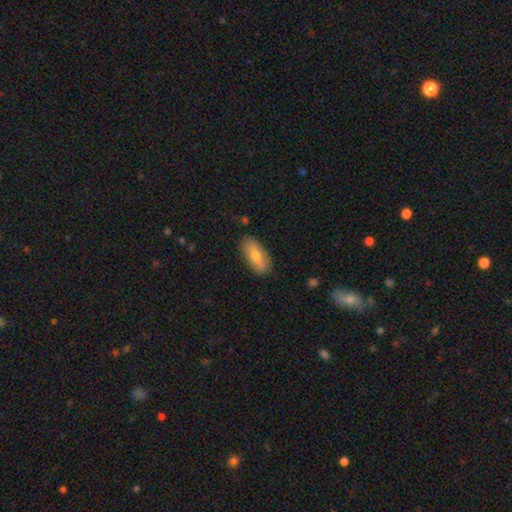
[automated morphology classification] Smooth or featured?
  - smooth: 71% *
  - featured or disk: 23%
  - star or artifact: 6%
How rounded?
  - in between: 86% *
  - cigar-shaped: 11%
  - round: 3%
Merging?
  - none: 82% *
  - minor disturbance: 13%
  - major disturbance: 3%
  - merger: 2%